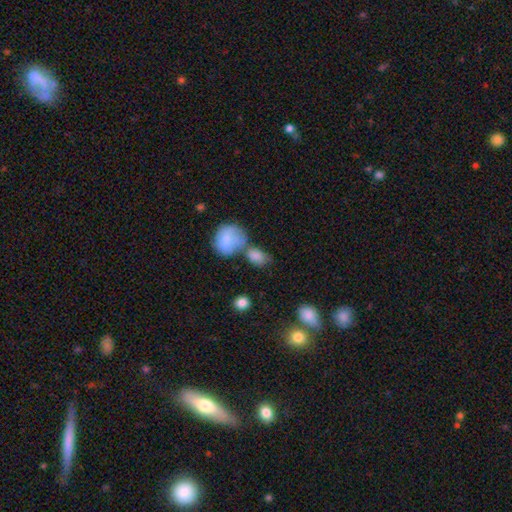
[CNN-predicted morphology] smooth_or_featured: smooth (p=0.80) [alt: featured or disk p=0.11]
how_rounded: in between (p=0.74) [alt: round p=0.23]
merging: merger (p=0.38) [alt: none p=0.37]